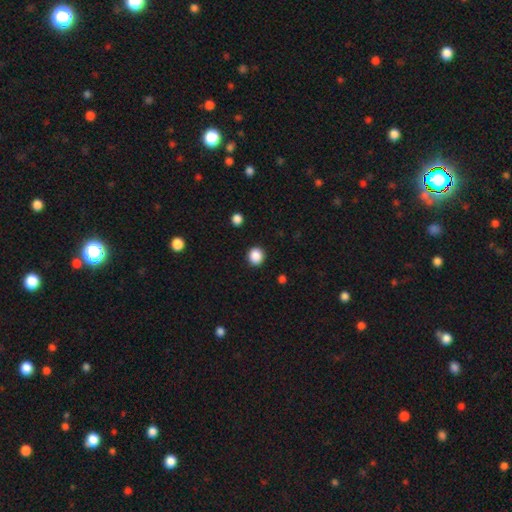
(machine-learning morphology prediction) Q: Smooth or featured?
A: smooth (88%); runner-up: star or artifact (10%)
Q: How rounded?
A: round (88%); runner-up: in between (11%)
Q: Merging?
A: none (92%); runner-up: minor disturbance (5%)